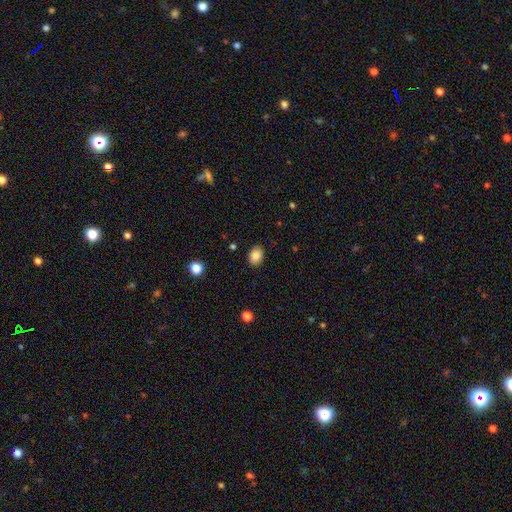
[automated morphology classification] smooth 86%, star or artifact 9%, featured or disk 6%. Down the decision tree: how rounded — in between (67%); merging — none (88%).